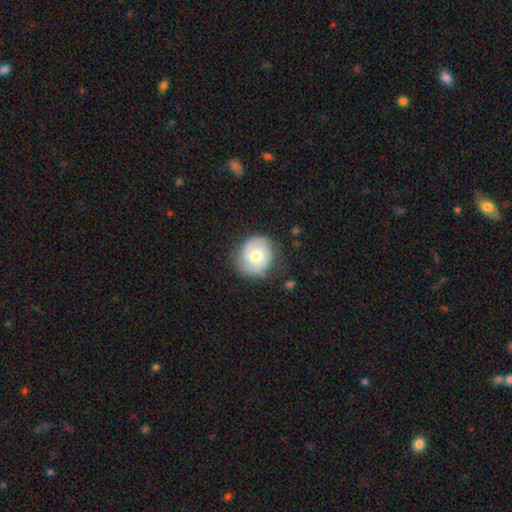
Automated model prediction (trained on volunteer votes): Smooth or featured? Predicted: smooth (p=0.49). Merging? Predicted: none (p=0.79).